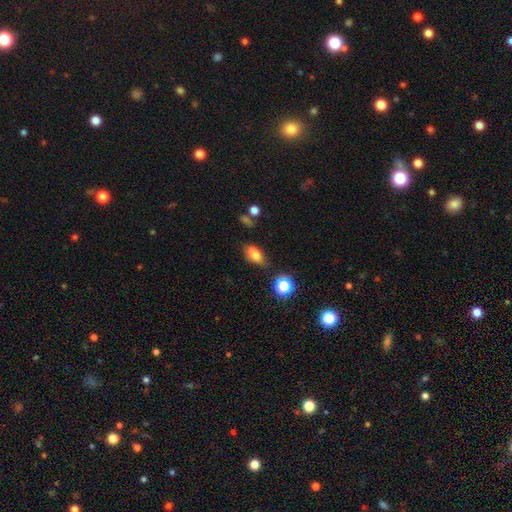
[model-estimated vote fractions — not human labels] A smooth galaxy with no disk features (68%) that is in between round and cigar-shaped (70%). Merging: none (40%, tied with merger).